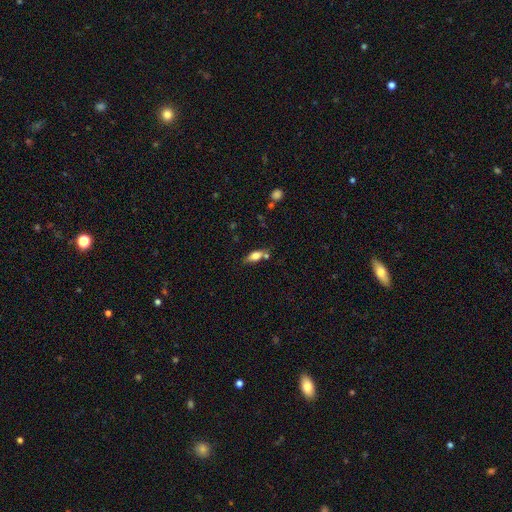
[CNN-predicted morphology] Smooth or featured? smooth (68%)
How rounded? in between (76%)
Merging? none (59%)